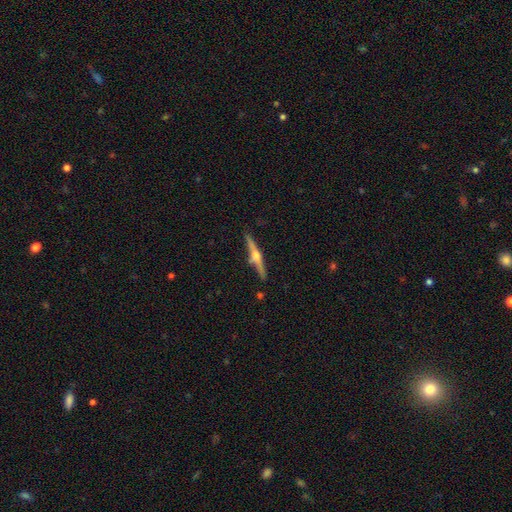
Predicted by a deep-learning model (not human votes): A featured or disk galaxy (81%) viewed edge-on (98%) with a rounded central bulge (94%).

Vote fractions:
- Smooth or featured? featured or disk: 81% / smooth: 13% / star or artifact: 6%
- Edge-on disk? yes: 98% / no: 2%
- Edge-on bulge? rounded: 94% / boxy: 4% / none: 2%
- Merging? none: 88% / minor disturbance: 8% / merger: 2% / major disturbance: 2%